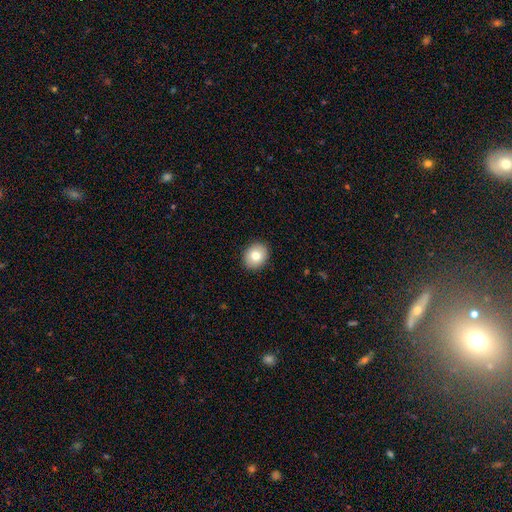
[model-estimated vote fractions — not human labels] smooth_or_featured: smooth (p=0.81) [alt: featured or disk p=0.11]
how_rounded: round (p=0.58) [alt: in between p=0.41]
merging: none (p=0.91) [alt: minor disturbance p=0.07]